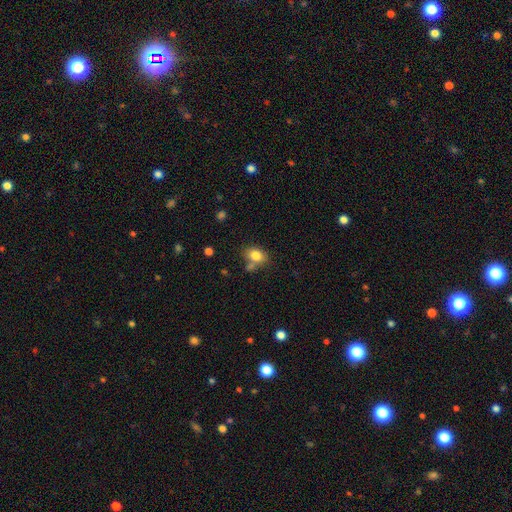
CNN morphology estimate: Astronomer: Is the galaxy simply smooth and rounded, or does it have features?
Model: smooth — 81%.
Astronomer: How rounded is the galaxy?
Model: in between — 72%.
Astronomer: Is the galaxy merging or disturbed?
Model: none — 59%.